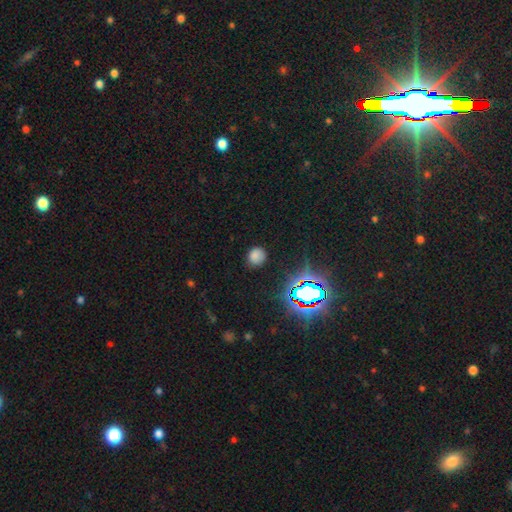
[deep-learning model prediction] smooth 71%, star or artifact 23%, featured or disk 6%. Down the decision tree: how rounded — round (73%); merging — none (81%).